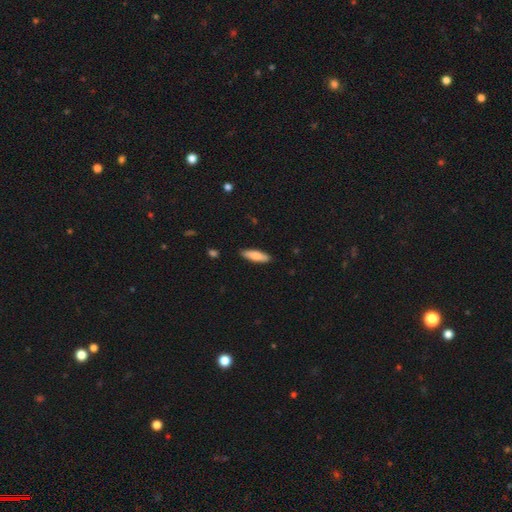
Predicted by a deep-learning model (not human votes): This appears to be a smooth galaxy with no disk features (76%) that is cigar-shaped (55%). Merging: none (89%).